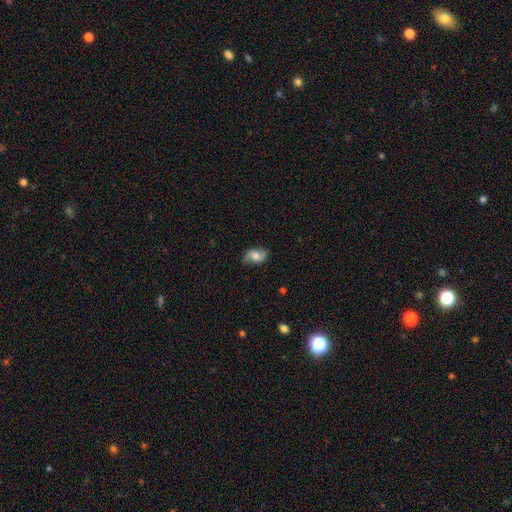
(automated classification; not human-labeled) Smooth or featured? featured or disk (50%)
Edge-on disk? no (95%)
Merging? none (76%)